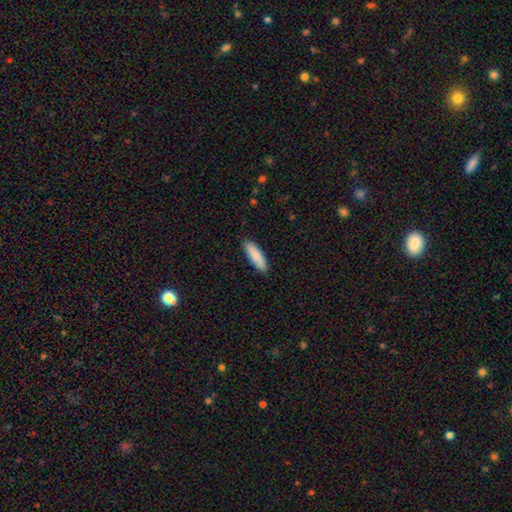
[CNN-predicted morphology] Smooth or featured: smooth — 87% (featured or disk — 8%)
How rounded: cigar-shaped — 58% (in between — 41%)
Merging: none — 87% (minor disturbance — 10%)